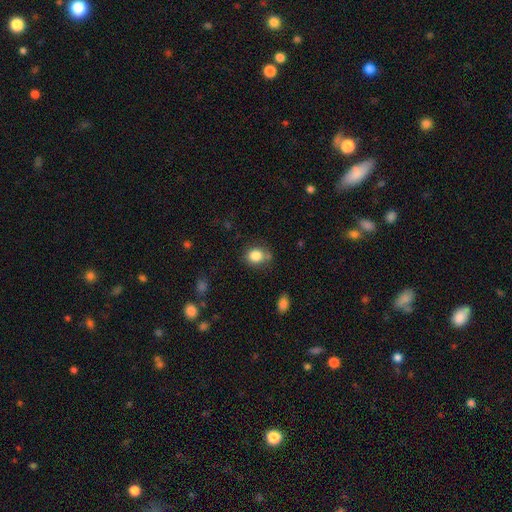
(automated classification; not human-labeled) smooth_or_featured: smooth (p=0.83) [alt: star or artifact p=0.10]
how_rounded: round (p=0.67) [alt: in between p=0.32]
merging: none (p=0.69) [alt: minor disturbance p=0.18]